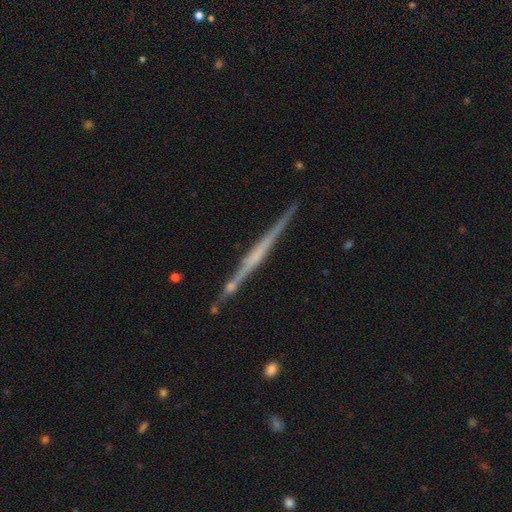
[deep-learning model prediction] Overall: featured or disk (73%). Edge-on disk: yes (98%). Edge-on bulge: none (65%). Merging: none (87%).